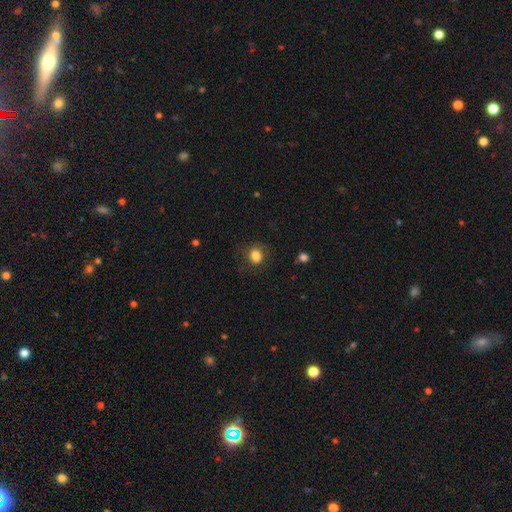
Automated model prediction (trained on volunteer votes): smooth_or_featured: smooth (p=0.83) [alt: star or artifact p=0.11]
how_rounded: round (p=0.55) [alt: in between p=0.44]
merging: none (p=0.78) [alt: minor disturbance p=0.15]